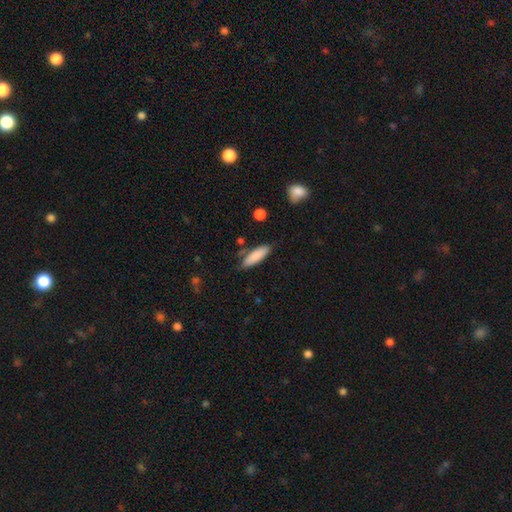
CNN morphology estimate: smooth 84%, featured or disk 10%, star or artifact 6%. Down the decision tree: how rounded — cigar-shaped (54%); merging — none (77%).